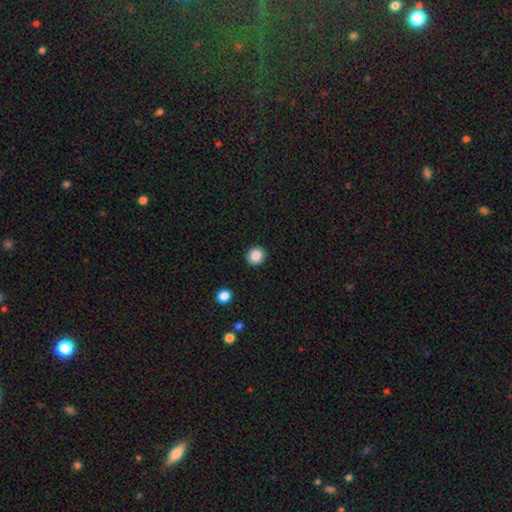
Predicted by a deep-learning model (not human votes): smooth 87%, star or artifact 10%, featured or disk 4%. Down the decision tree: how rounded — round (93%); merging — none (92%).